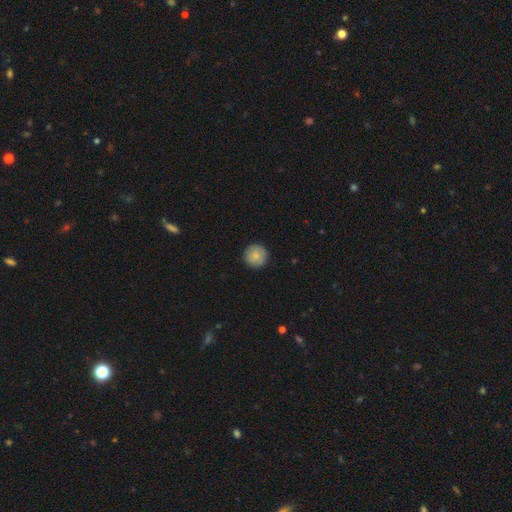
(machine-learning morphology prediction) Smooth or featured? smooth (83%)
How rounded? round (96%)
Merging? none (90%)